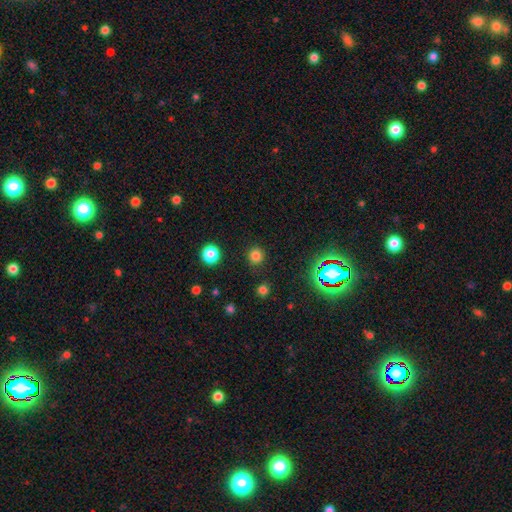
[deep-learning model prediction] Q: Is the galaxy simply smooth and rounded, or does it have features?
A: smooth — 76%.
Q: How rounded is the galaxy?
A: round — 93%.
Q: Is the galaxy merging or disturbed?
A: none — 89%.